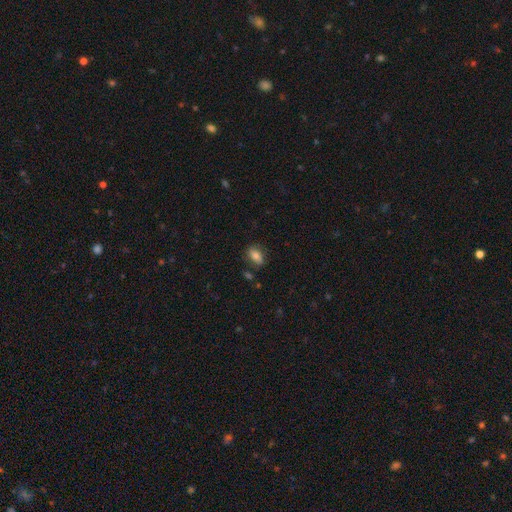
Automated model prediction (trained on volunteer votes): Smooth or featured? smooth (77%)
How rounded? in between (86%)
Merging? none (77%)